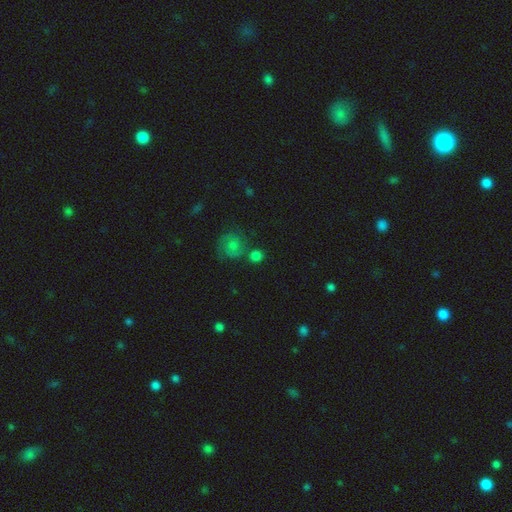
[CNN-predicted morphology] Smooth or featured? Predicted: smooth (p=0.70). How rounded? Predicted: round (p=0.85). Merging? Predicted: none (p=0.65).